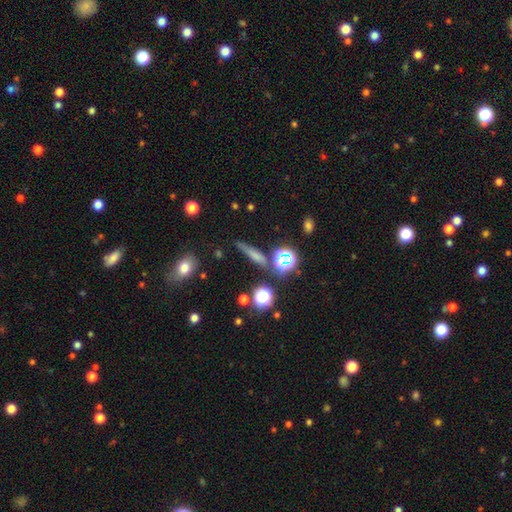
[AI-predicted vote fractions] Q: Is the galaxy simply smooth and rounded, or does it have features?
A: smooth — 56%.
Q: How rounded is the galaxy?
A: cigar-shaped — 76%.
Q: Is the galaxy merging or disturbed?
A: none — 71%.